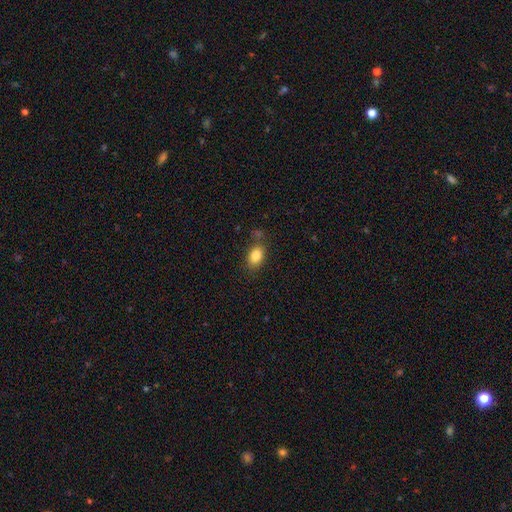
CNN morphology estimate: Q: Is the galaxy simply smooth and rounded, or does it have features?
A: smooth — 84%.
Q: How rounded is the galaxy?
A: in between — 83%.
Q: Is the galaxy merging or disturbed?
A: none — 73%.